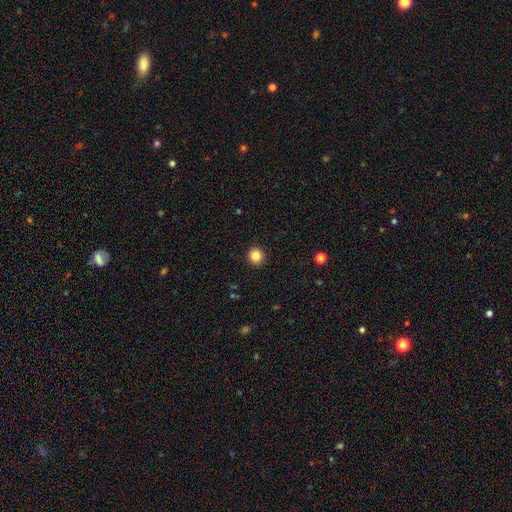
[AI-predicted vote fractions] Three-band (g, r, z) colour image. It shows a smooth galaxy with no disk features (85%) that is round (93%). Merging: none (93%).